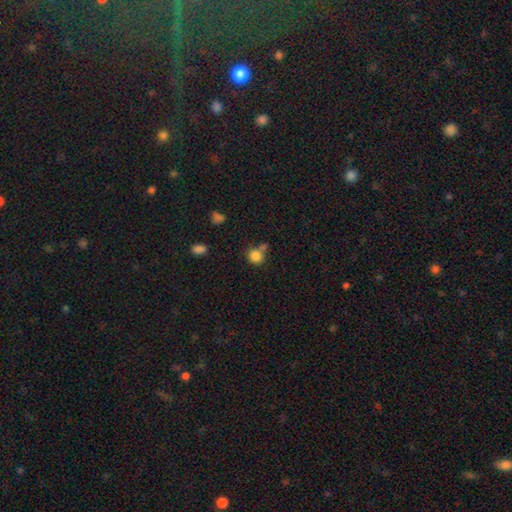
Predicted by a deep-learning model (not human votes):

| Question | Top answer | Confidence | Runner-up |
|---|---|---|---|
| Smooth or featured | smooth | 82% | star or artifact (11%) |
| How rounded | round | 85% | in between (14%) |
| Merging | none | 52% | merger (27%) |